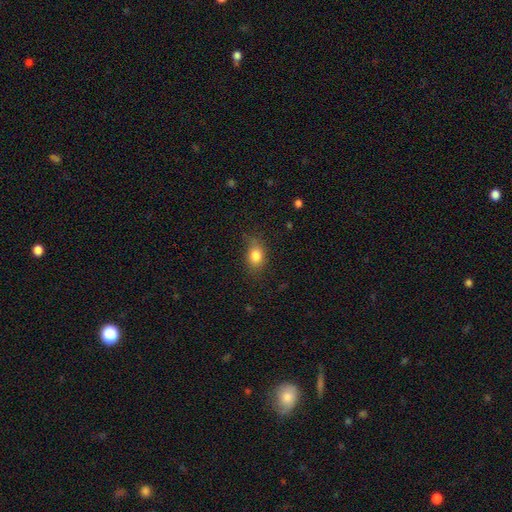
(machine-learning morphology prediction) Smooth or featured?
  - smooth: 83% *
  - star or artifact: 10%
  - featured or disk: 8%
How rounded?
  - in between: 69% *
  - round: 29%
  - cigar-shaped: 2%
Merging?
  - none: 72% *
  - minor disturbance: 21%
  - major disturbance: 6%
  - merger: 1%